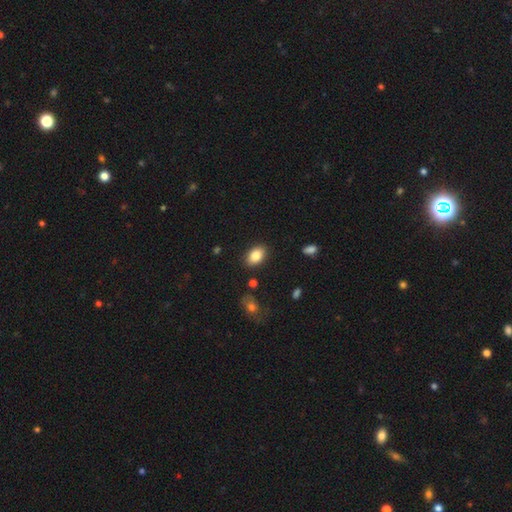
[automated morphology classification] smooth 84%, featured or disk 8%, star or artifact 8%. Down the decision tree: how rounded — in between (88%); merging — none (86%).